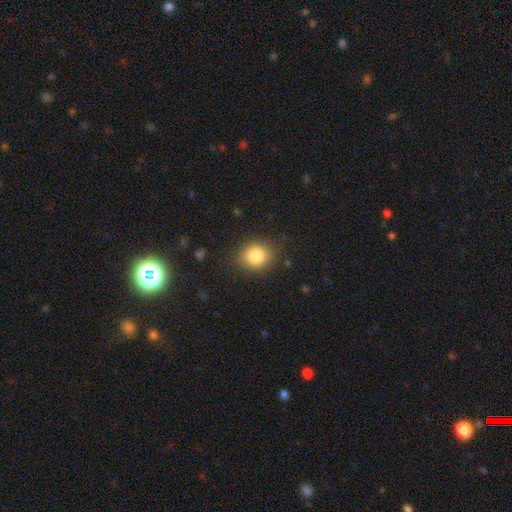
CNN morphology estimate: Smooth or featured?
  - smooth: 84% *
  - star or artifact: 10%
  - featured or disk: 6%
How rounded?
  - round: 71% *
  - in between: 28%
  - cigar-shaped: 1%
Merging?
  - none: 84% *
  - minor disturbance: 12%
  - major disturbance: 4%
  - merger: 1%